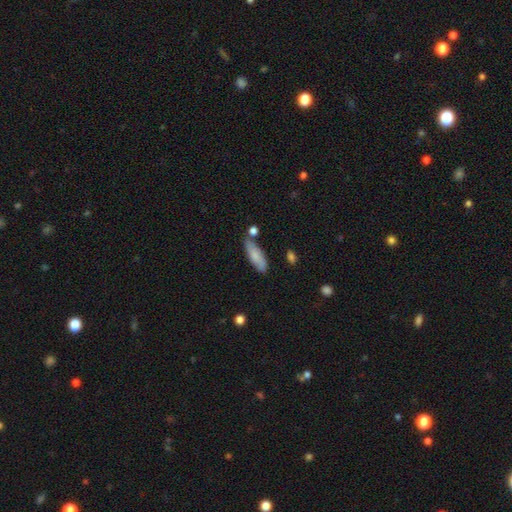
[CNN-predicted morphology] A smooth galaxy with no disk features (77%) that is in between round and cigar-shaped (55%). Merging: none (70%).